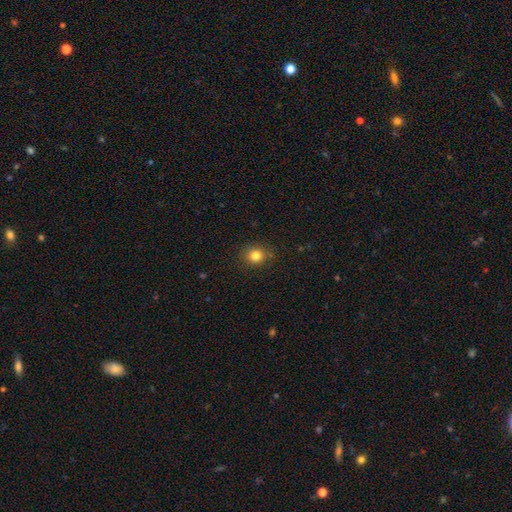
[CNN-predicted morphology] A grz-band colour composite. It shows a smooth galaxy with no disk features (82%) that is round (80%). Merging: none (86%).